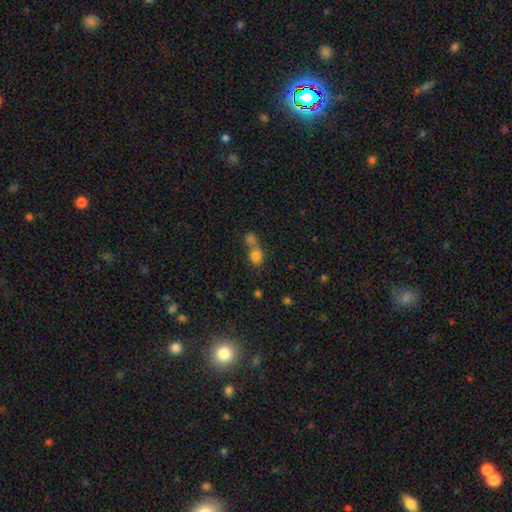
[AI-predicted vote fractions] Smooth or featured: smooth — 79% (star or artifact — 12%)
How rounded: round — 68% (in between — 30%)
Merging: merger — 56% (none — 34%)